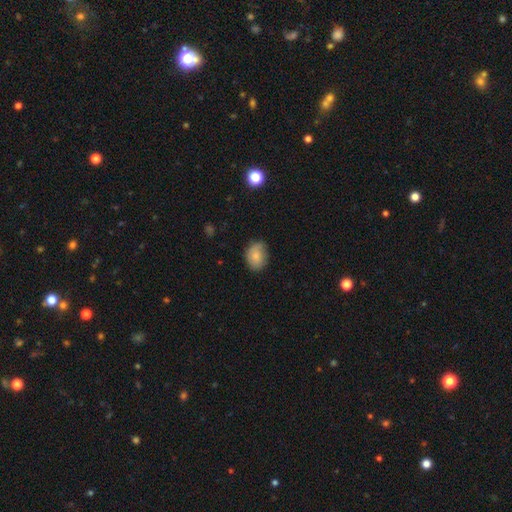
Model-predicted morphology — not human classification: The model was most divided on "how rounded": in between: 62%, round: 37%, cigar-shaped: 1%. More confident: smooth or featured — smooth (81%); merging — none (71%).